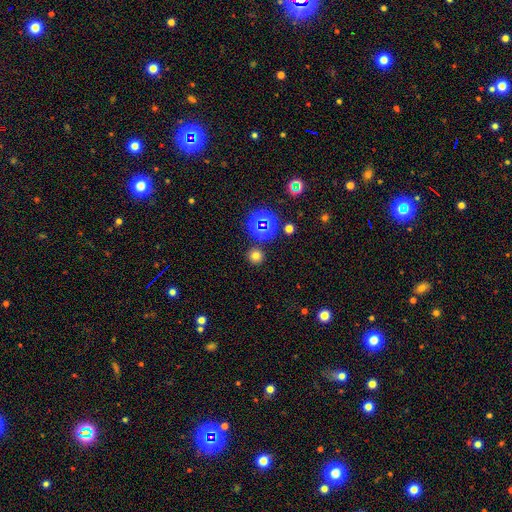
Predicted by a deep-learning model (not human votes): smooth-or-featured: smooth: 69% | star or artifact: 24% | featured or disk: 7%
  how-rounded: round: 93% | in between: 6% | cigar-shaped: 1%
  merging: none: 87% | minor disturbance: 6% | merger: 4% | major disturbance: 3%